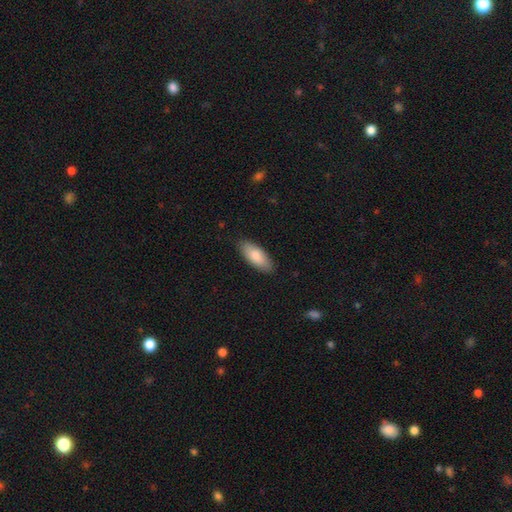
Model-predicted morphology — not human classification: Smooth or featured? Predicted: smooth (p=0.83). How rounded? Predicted: in between (p=0.84). Merging? Predicted: none (p=0.87).